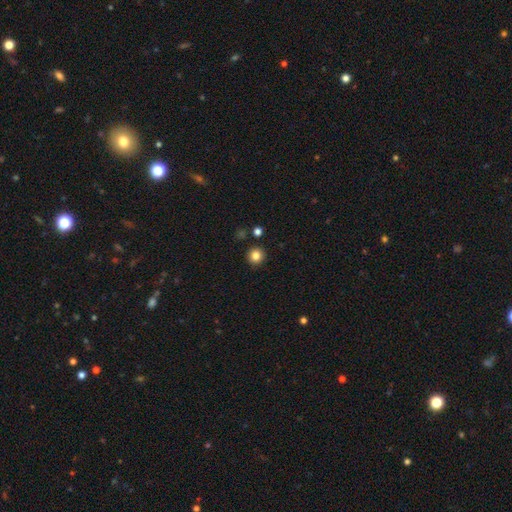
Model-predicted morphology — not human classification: type=smooth (84%); roundness=round (95%); merging=none (91%).